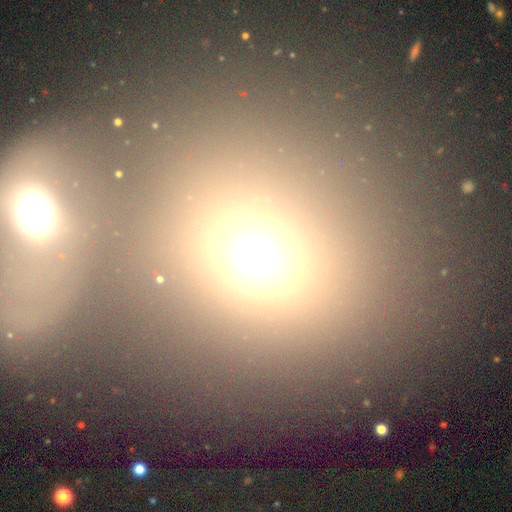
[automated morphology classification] Overall: smooth (67%). How rounded: round (66%; in between 32%). Merging: none (60%; merger 24%).